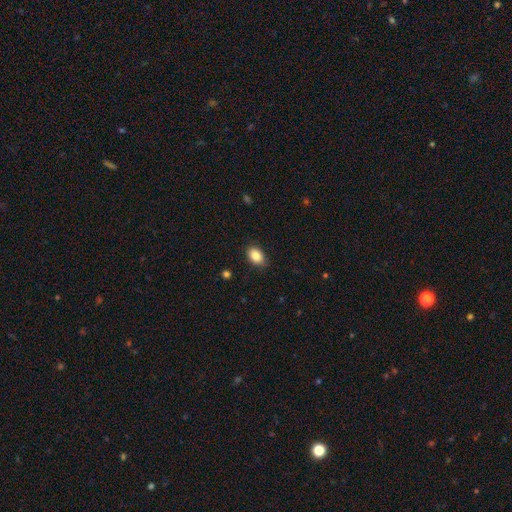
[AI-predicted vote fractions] Q: Smooth or featured?
A: smooth (87%); runner-up: star or artifact (8%)
Q: How rounded?
A: in between (84%); runner-up: round (15%)
Q: Merging?
A: none (85%); runner-up: minor disturbance (12%)